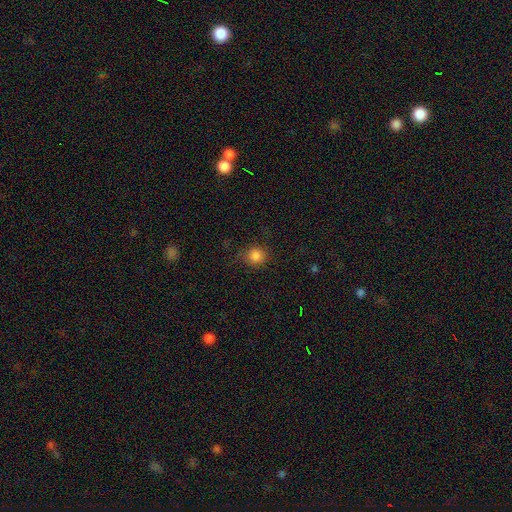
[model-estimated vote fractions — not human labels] Morphology: type=smooth (84%); roundness=round (90%); merging=none (82%).